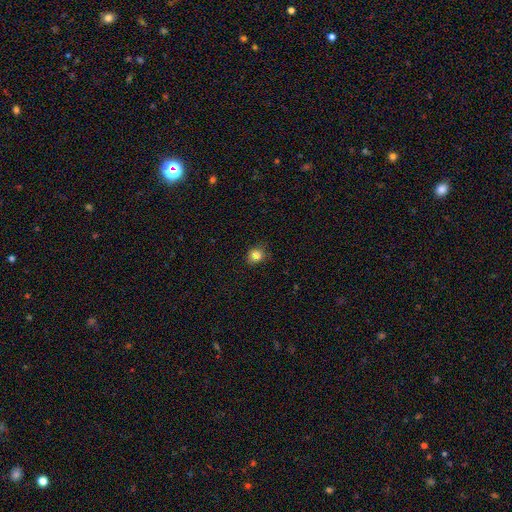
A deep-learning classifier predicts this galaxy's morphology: This appears to be a smooth galaxy with no disk features (81%) that is round (76%). Merging: none (82%).